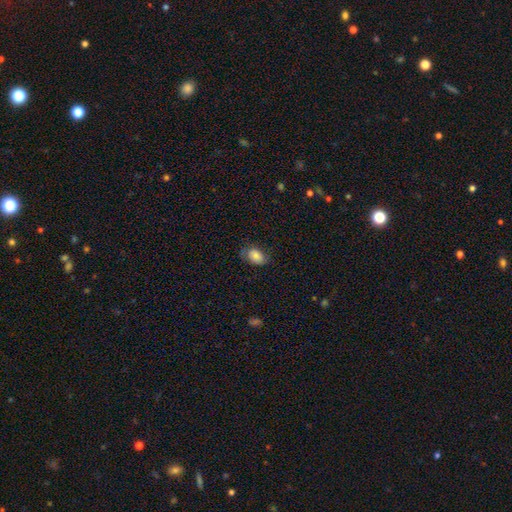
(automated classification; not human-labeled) smooth_or_featured: smooth (p=0.80) [alt: featured or disk p=0.13]
how_rounded: in between (p=0.87) [alt: round p=0.11]
merging: none (p=0.67) [alt: minor disturbance p=0.24]